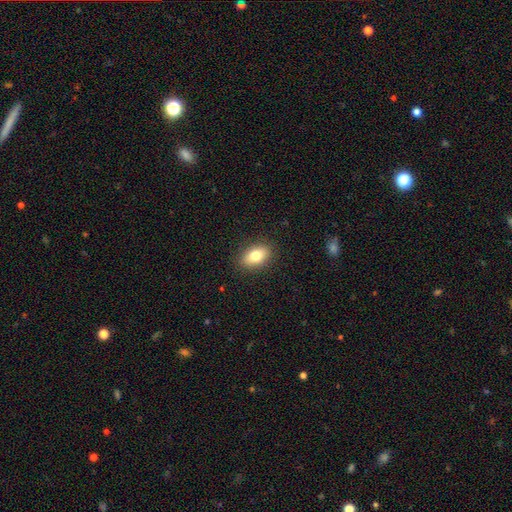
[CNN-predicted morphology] Smooth or featured? smooth (77%)
How rounded? in between (85%)
Merging? none (88%)